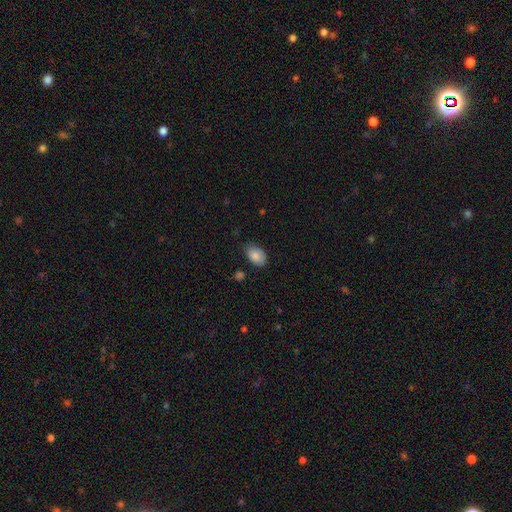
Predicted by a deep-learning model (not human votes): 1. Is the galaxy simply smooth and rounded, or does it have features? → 85% smooth, 9% featured or disk, 7% star or artifact.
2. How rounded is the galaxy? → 90% in between, 9% round, 1% cigar-shaped.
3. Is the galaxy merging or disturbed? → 76% none, 19% minor disturbance, 3% major disturbance, 2% merger.